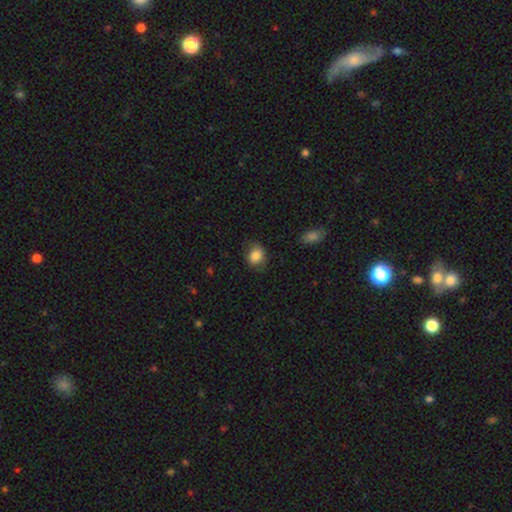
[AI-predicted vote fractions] The model was most divided on "how rounded": round: 52%, in between: 47%, cigar-shaped: 1%. More confident: smooth or featured — smooth (85%); merging — none (72%).